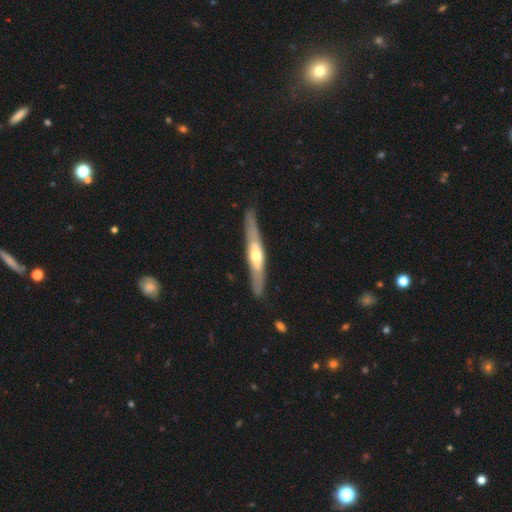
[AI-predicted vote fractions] Morphology: type=featured or disk (65%); edge-on=yes (86%); edge-on bulge=rounded (86%); merging=none (85%).